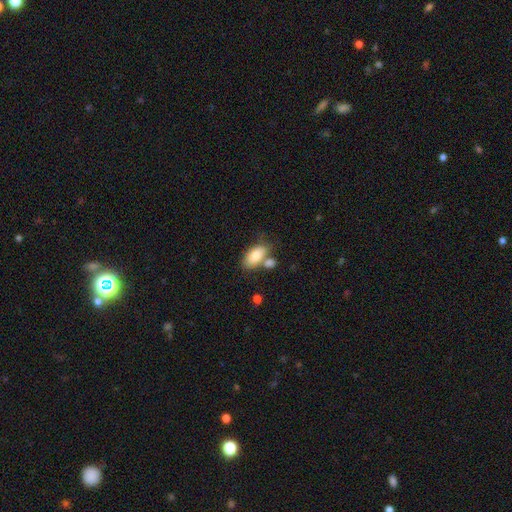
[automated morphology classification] smooth-or-featured: smooth: 81% | featured or disk: 12% | star or artifact: 7%
  how-rounded: in between: 91% | cigar-shaped: 5% | round: 4%
  merging: none: 53% | merger: 27% | minor disturbance: 15% | major disturbance: 5%